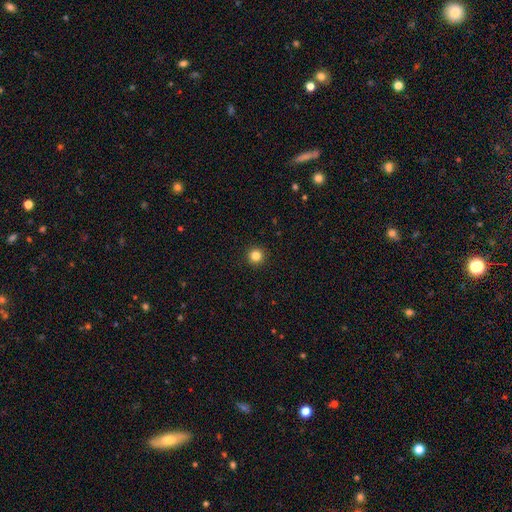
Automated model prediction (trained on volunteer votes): The model was most divided on "smooth or featured": smooth: 83%, star or artifact: 13%, featured or disk: 4%. More confident: how rounded — round (96%); merging — none (94%).